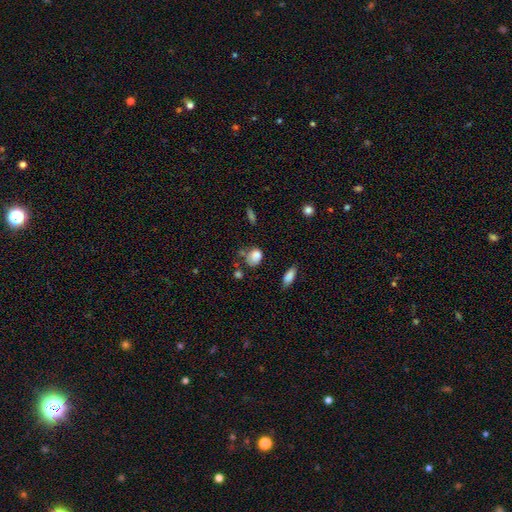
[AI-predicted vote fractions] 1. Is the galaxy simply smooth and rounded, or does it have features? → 82% smooth, 11% star or artifact, 8% featured or disk.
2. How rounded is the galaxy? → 53% in between, 45% round, 2% cigar-shaped.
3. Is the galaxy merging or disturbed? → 48% none, 28% minor disturbance, 13% major disturbance, 11% merger.